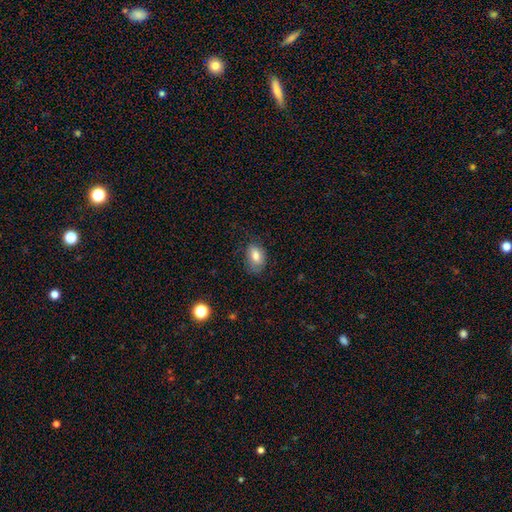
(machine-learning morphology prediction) type=smooth (79%); roundness=in between (88%); merging=none (68%).